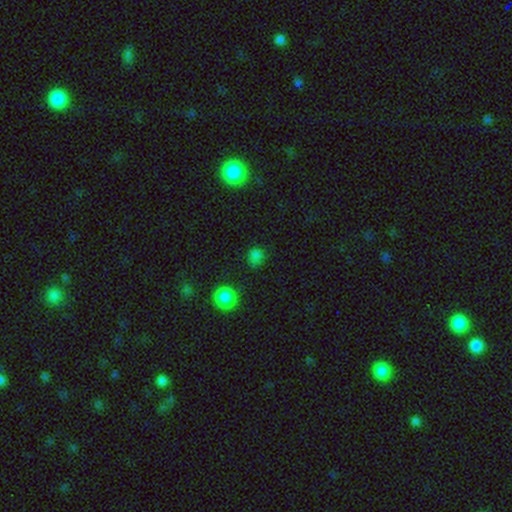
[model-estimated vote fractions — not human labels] This is likely a smooth galaxy (71%). How rounded: likely round (80%). Merging: likely none (69%).